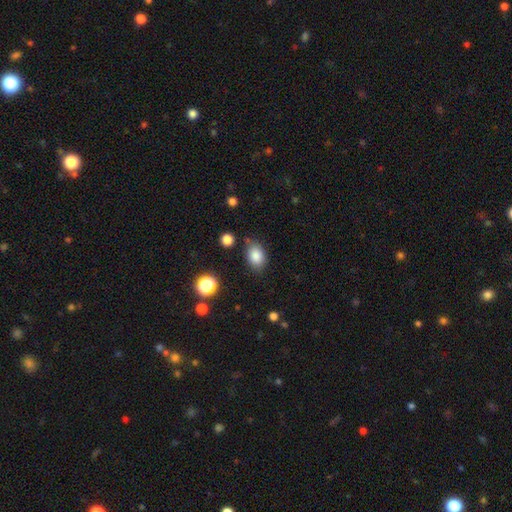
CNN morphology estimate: smooth_or_featured: smooth (p=0.85) [alt: star or artifact p=0.09]
how_rounded: in between (p=0.80) [alt: round p=0.19]
merging: none (p=0.76) [alt: minor disturbance p=0.16]